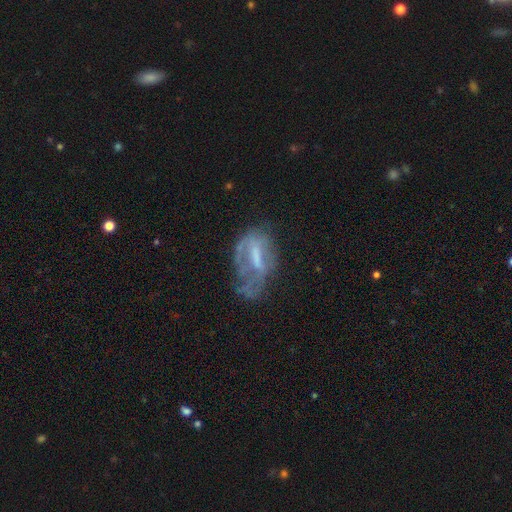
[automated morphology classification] smooth_or_featured: featured or disk (p=0.61) [alt: smooth p=0.28]
disk_edge_on: no (p=0.92) [alt: yes p=0.08]
bar: weak (p=0.39) [alt: no p=0.32]
has_spiral_arms: no (p=0.60) [alt: yes p=0.40]
bulge_size: none (p=0.34) [alt: moderate p=0.32]
merging: none (p=0.35) [tied with: major disturbance p=0.35]